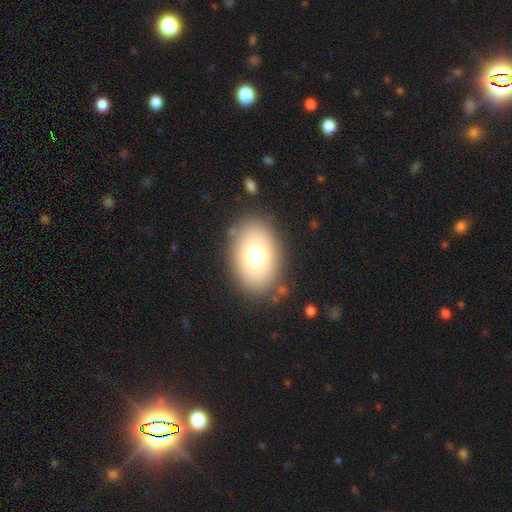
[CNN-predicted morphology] This appears to be a smooth galaxy with no disk features (69%) that is in between round and cigar-shaped (73%). Merging: none (84%).